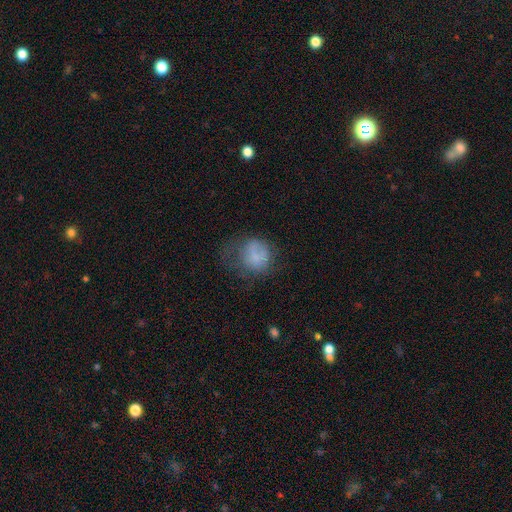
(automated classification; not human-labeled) This is likely a smooth galaxy (65%). How rounded: likely round (69%). Merging: marginally none (36%).